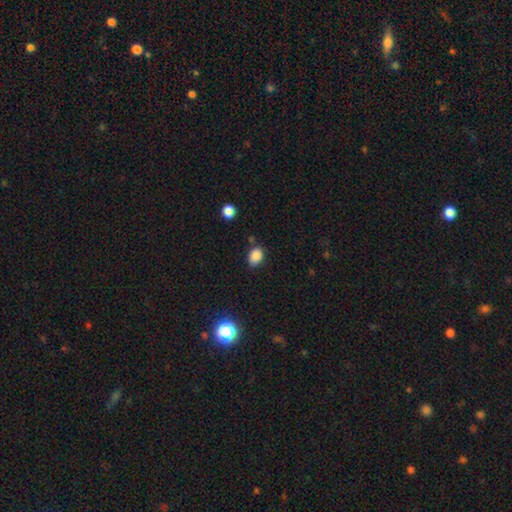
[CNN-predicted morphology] A smooth galaxy with no disk features (85%) that is in between round and cigar-shaped (73%). Merging: none (73%).